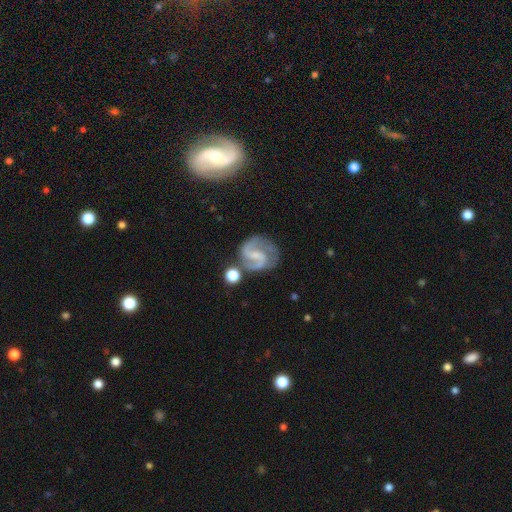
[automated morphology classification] smooth-or-featured: featured or disk: 87% | smooth: 8% | star or artifact: 5%
  disk-edge-on: no: 98% | yes: 2%
    bar: weak: 51% | no: 25% | strong: 24%
    has-spiral-arms: yes: 97% | no: 3%
      spiral-winding: medium: 59% | tight: 21% | loose: 20%
      spiral-arm-count: 2: 91% | can't tell: 3% | 1: 2% | 3: 2% | 4: 1% | more than 4: 1%
    bulge-size: small: 46% | none: 34% | moderate: 17% | large: 2% | dominant: 1%
  merging: none: 69% | minor disturbance: 17% | major disturbance: 8% | merger: 7%